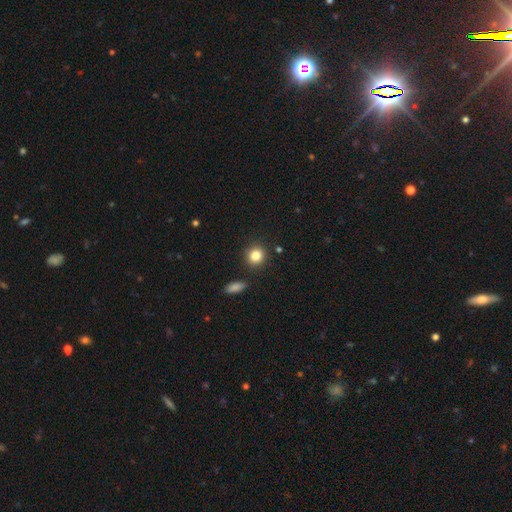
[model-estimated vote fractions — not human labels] The model was most divided on "how rounded": round: 85%, in between: 14%, cigar-shaped: 1%. More confident: merging — none (87%); smooth or featured — smooth (84%).